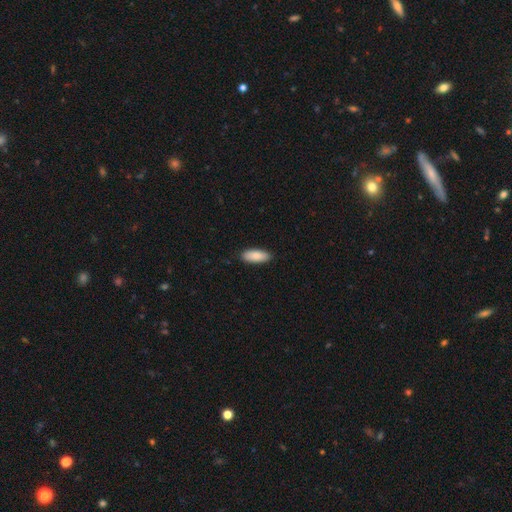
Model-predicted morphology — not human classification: smooth-or-featured: smooth: 88% | featured or disk: 6% | star or artifact: 6%
  how-rounded: in between: 79% | cigar-shaped: 19% | round: 2%
  merging: none: 88% | minor disturbance: 9% | major disturbance: 2% | merger: 1%